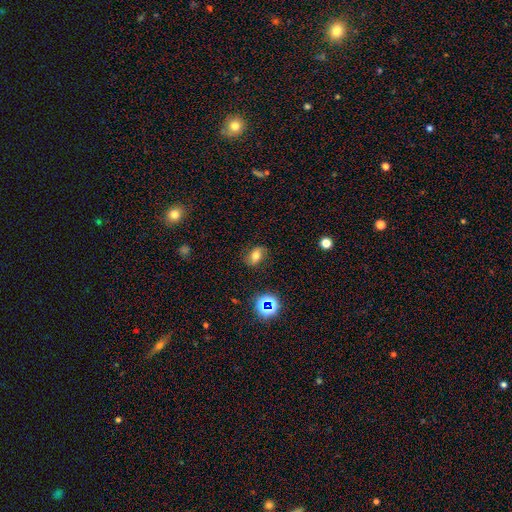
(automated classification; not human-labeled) Q: Smooth or featured?
A: smooth (55%); runner-up: featured or disk (27%)
Q: How rounded?
A: in between (78%); runner-up: round (20%)
Q: Merging?
A: none (78%); runner-up: minor disturbance (15%)